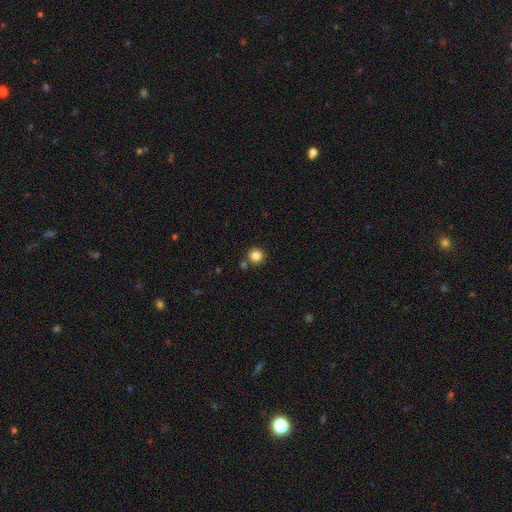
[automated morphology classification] Overall: smooth (84%). How rounded: round (95%). Merging: none (82%).